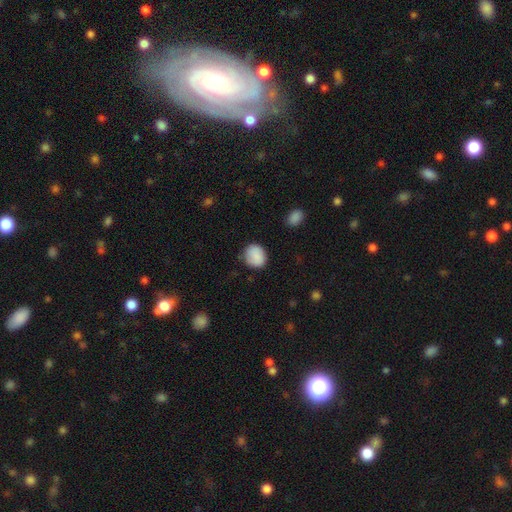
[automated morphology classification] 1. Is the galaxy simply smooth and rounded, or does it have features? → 87% smooth, 7% star or artifact, 5% featured or disk.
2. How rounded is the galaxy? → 68% round, 31% in between, 1% cigar-shaped.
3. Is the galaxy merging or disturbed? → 76% none, 18% minor disturbance, 4% major disturbance, 2% merger.